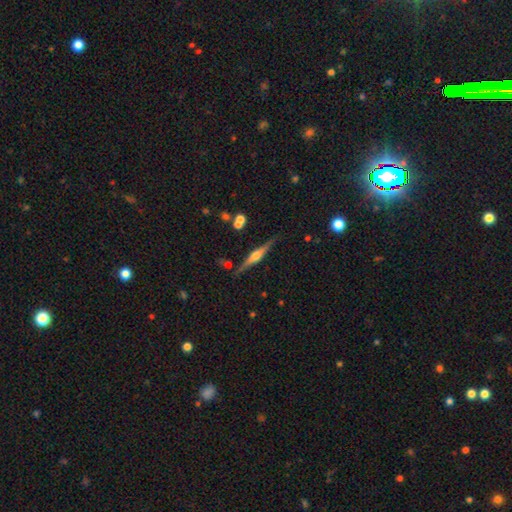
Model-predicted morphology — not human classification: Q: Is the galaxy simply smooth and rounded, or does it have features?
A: featured or disk — 79%.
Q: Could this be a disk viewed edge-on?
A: yes — 97%.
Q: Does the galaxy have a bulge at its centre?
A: rounded — 89%.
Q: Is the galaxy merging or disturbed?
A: none — 84%.